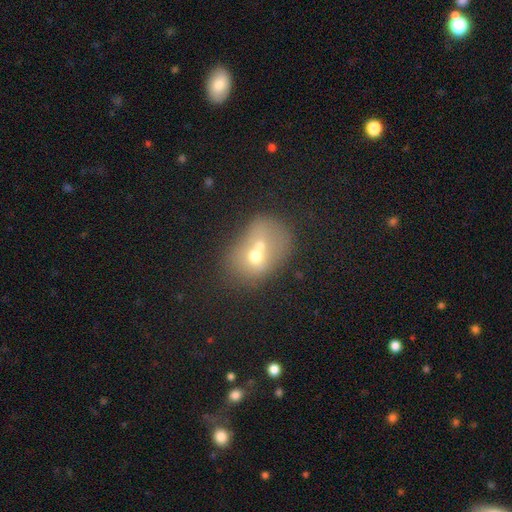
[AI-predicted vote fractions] This appears to be a smooth galaxy with no disk features (56%) that is round (54%). Merging: merger (71%).